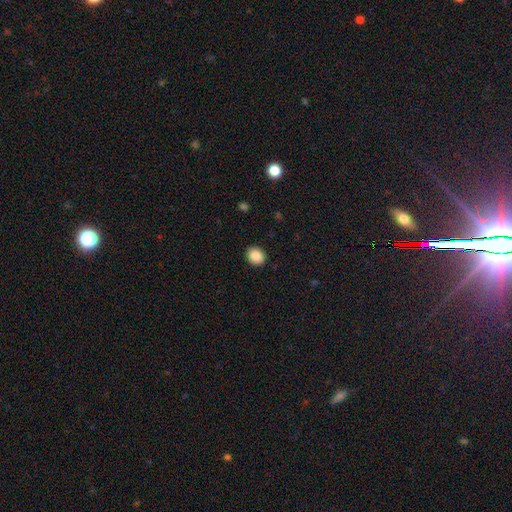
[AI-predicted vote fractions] This is clearly a smooth galaxy (88%). How rounded: likely round (66%). Merging: clearly none (91%).